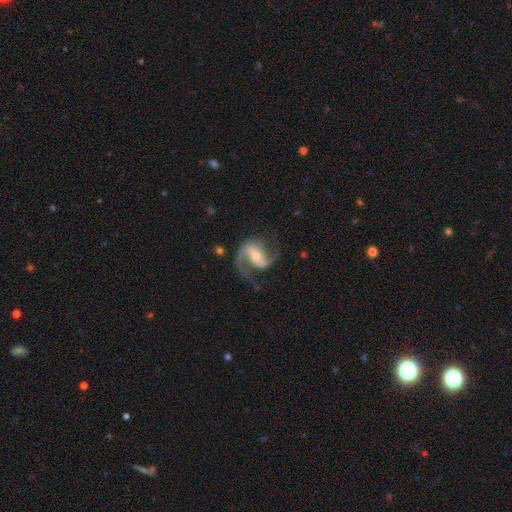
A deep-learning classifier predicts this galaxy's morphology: type=featured or disk (89%); edge-on=no (97%); bar=strong (46%); spiral arms=yes (97%); winding=medium (50%); arm count=2 (86%); bulge=moderate (52%); merging=none (69%).